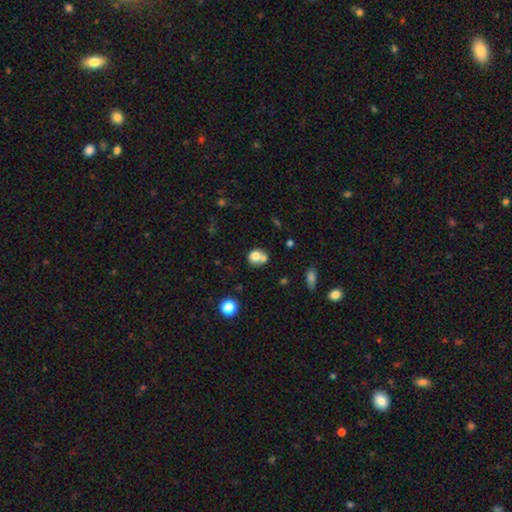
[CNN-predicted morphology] The model was most divided on "merging": merger: 47%, none: 39%, minor disturbance: 10%, major disturbance: 4%. More confident: how rounded — round (75%); smooth or featured — smooth (73%).